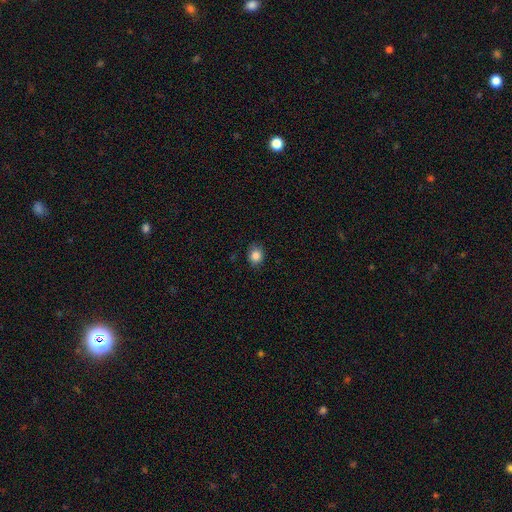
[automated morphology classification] Smooth or featured? smooth (86%)
How rounded? round (73%)
Merging? none (86%)